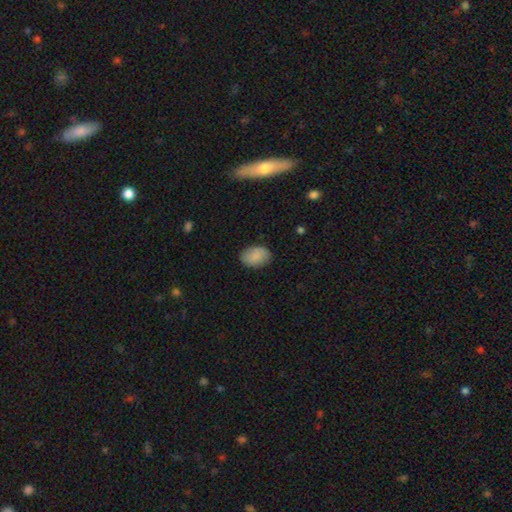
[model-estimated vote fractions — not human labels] Overall: smooth (84%). How rounded: in between (83%). Merging: none (85%).